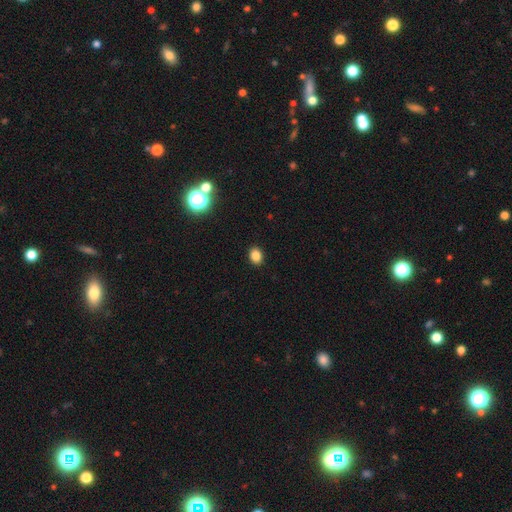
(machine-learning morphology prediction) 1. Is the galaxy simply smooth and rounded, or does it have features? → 84% smooth, 12% star or artifact, 4% featured or disk.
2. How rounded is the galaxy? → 59% in between, 39% round, 1% cigar-shaped.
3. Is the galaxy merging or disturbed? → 90% none, 7% minor disturbance, 2% major disturbance, 1% merger.